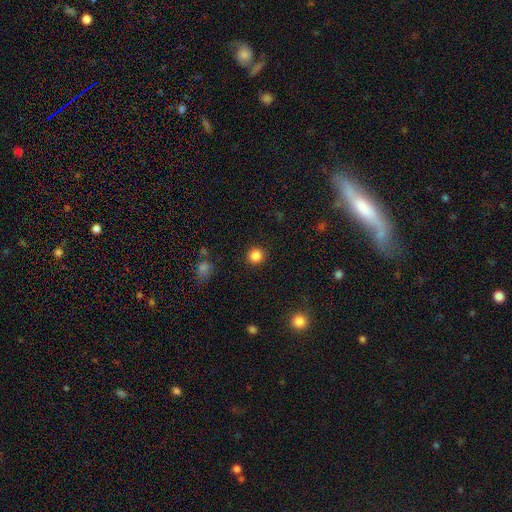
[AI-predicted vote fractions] smooth-or-featured: smooth: 86% | star or artifact: 11% | featured or disk: 3%
  how-rounded: round: 94% | in between: 5% | cigar-shaped: 1%
  merging: none: 91% | minor disturbance: 5% | major disturbance: 2% | merger: 1%